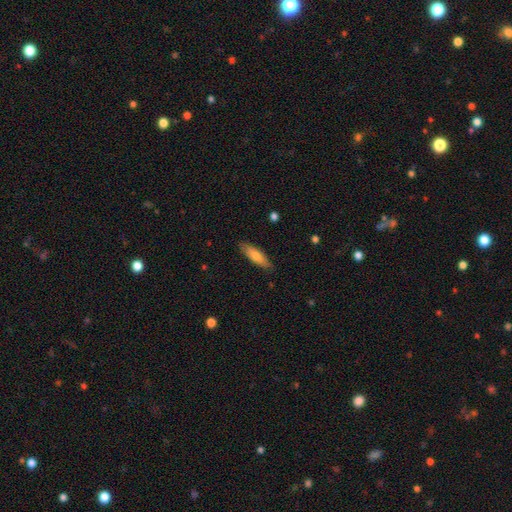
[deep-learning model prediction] smooth_or_featured: smooth (p=0.70) [alt: featured or disk p=0.24]
how_rounded: cigar-shaped (p=0.67) [alt: in between p=0.31]
merging: none (p=0.87) [alt: minor disturbance p=0.10]